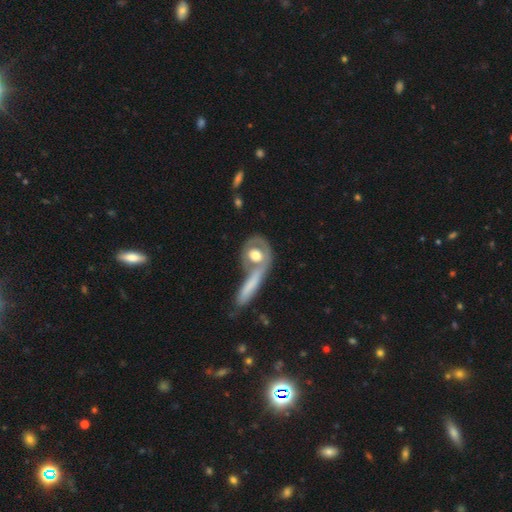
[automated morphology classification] A featured or disk galaxy (50%). Merging: none (47%).